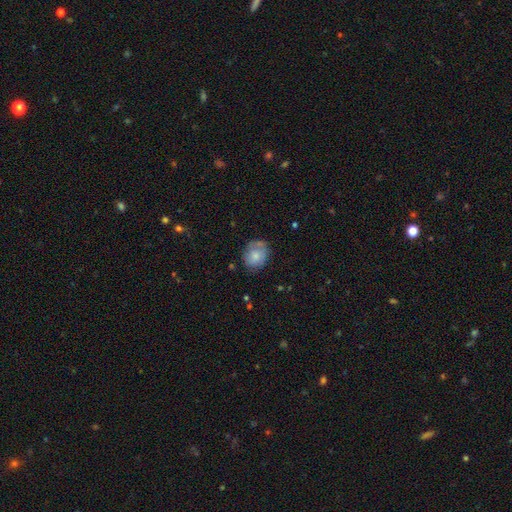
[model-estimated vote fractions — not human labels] A smooth galaxy with no disk features (70%) that is round (51%).

Vote fractions:
- Smooth or featured? smooth: 70% / featured or disk: 22% / star or artifact: 8%
- How rounded? round: 51% / in between: 48% / cigar-shaped: 1%
- Merging? none: 61% / minor disturbance: 26% / major disturbance: 9% / merger: 3%